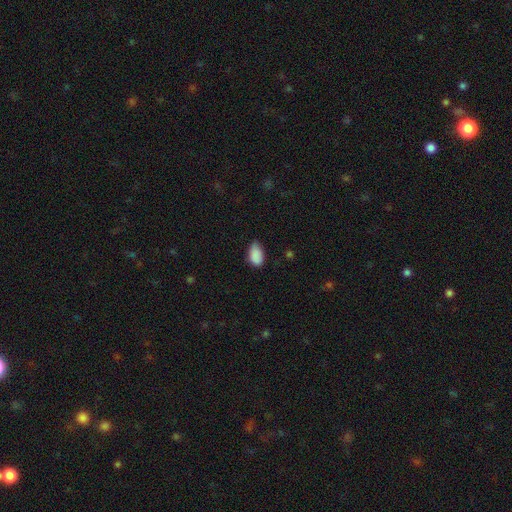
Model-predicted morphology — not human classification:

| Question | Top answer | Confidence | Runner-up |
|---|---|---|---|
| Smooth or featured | smooth | 88% | star or artifact (8%) |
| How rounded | in between | 91% | round (7%) |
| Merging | none | 56% | minor disturbance (36%) |